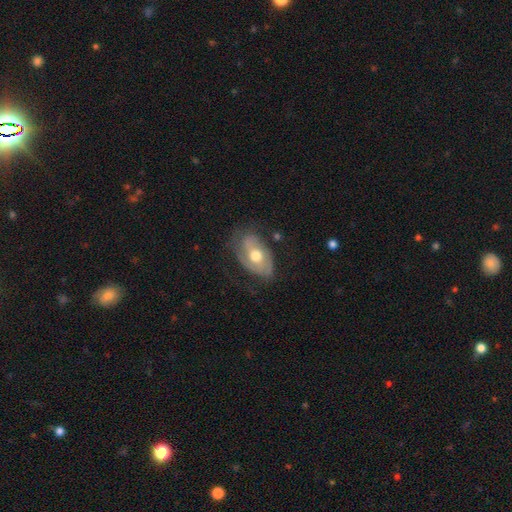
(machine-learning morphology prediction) Smooth or featured? Predicted: featured or disk (p=0.59). Edge-on disk? Predicted: no (p=0.93). Bar? Predicted: no (p=0.77). Spiral arms? Predicted: yes (p=0.64). Bulge size? Predicted: moderate (p=0.74). Merging? Predicted: none (p=0.54).